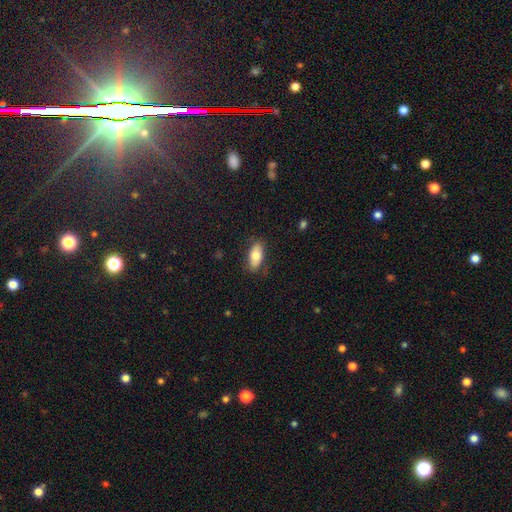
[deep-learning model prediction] This is likely a smooth galaxy (75%). How rounded: clearly in between (88%). Merging: clearly none (82%).